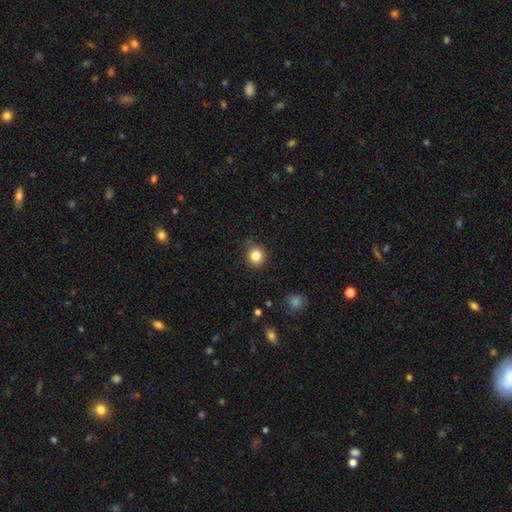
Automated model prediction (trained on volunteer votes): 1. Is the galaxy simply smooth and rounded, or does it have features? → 84% smooth, 11% star or artifact, 5% featured or disk.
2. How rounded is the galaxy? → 90% round, 9% in between, 1% cigar-shaped.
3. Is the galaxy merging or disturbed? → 84% none, 12% minor disturbance, 3% major disturbance, 2% merger.